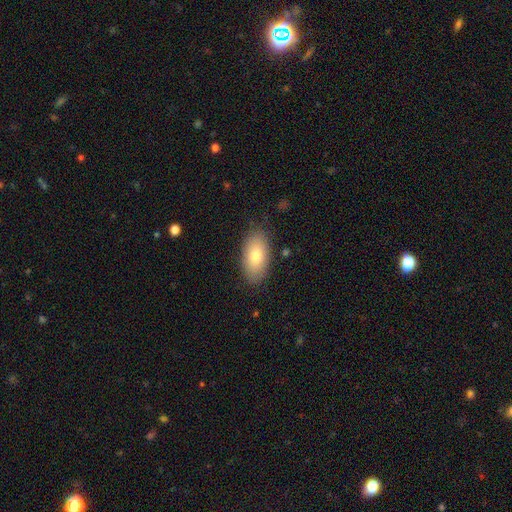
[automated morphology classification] This is likely a smooth galaxy (77%). How rounded: clearly in between (92%). Merging: clearly none (84%).